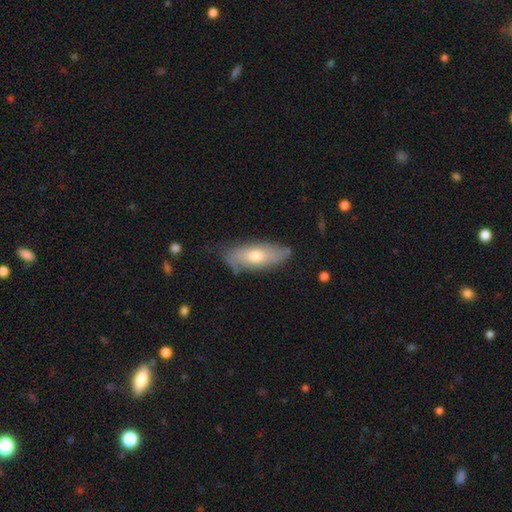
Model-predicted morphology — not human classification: A smooth galaxy with no disk features (61%) that is in between round and cigar-shaped (69%). Merging: none (74%).